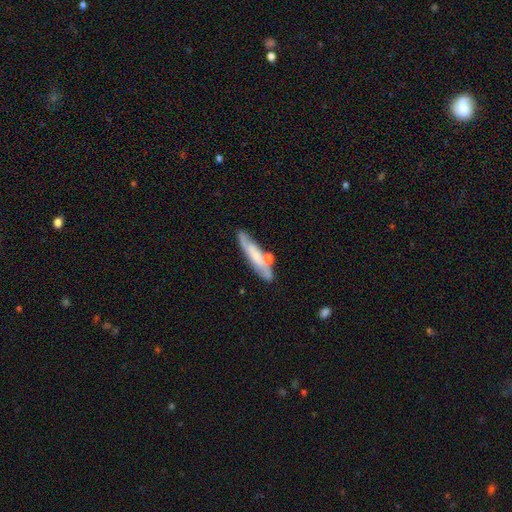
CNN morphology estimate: A smooth galaxy with no disk features (50%).

Vote fractions:
- Smooth or featured? smooth: 50% / featured or disk: 44% / star or artifact: 6%
- Merging? none: 64% / minor disturbance: 18% / merger: 13% / major disturbance: 5%